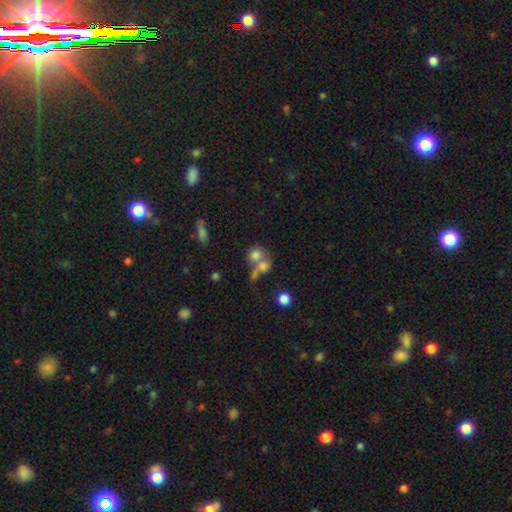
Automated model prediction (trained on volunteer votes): Smooth or featured? Predicted: smooth (p=0.72). How rounded? Predicted: round (p=0.64). Merging? Predicted: merger (p=0.58).